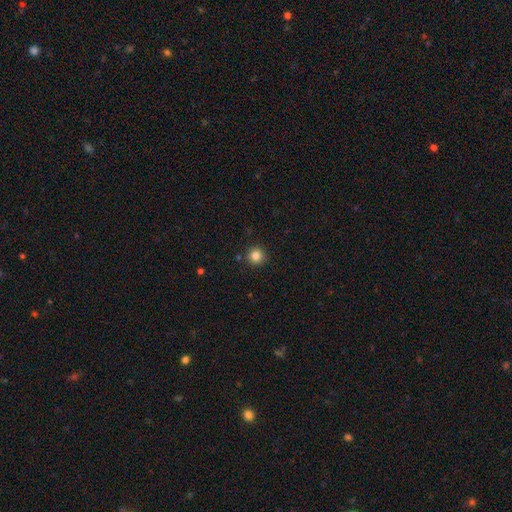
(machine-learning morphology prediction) Overall: smooth (84%). How rounded: round (95%). Merging: none (90%).